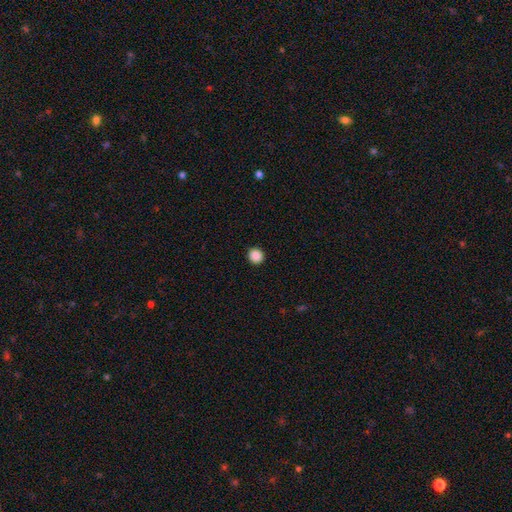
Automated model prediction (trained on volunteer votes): The model was most divided on "smooth or featured": smooth: 88%, star or artifact: 9%, featured or disk: 2%. More confident: merging — none (93%); how rounded — round (92%).